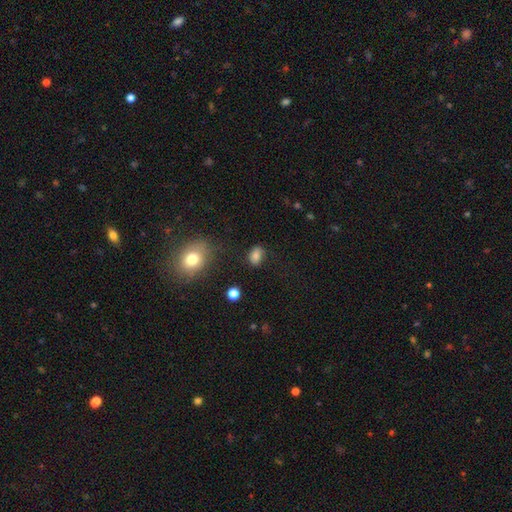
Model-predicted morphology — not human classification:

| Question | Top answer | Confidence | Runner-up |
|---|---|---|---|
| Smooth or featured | smooth | 80% | star or artifact (12%) |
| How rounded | in between | 78% | round (20%) |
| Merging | none | 75% | minor disturbance (17%) |